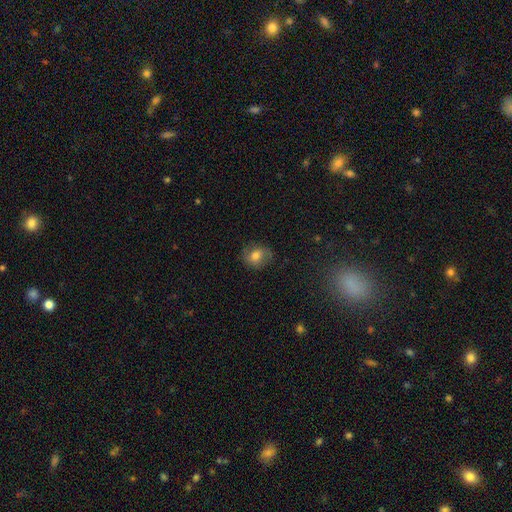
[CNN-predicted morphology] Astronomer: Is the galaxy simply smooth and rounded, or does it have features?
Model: smooth — 67%.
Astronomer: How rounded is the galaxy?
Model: round — 53% (runner-up: in between, 46%).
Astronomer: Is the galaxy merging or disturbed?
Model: none — 72%.